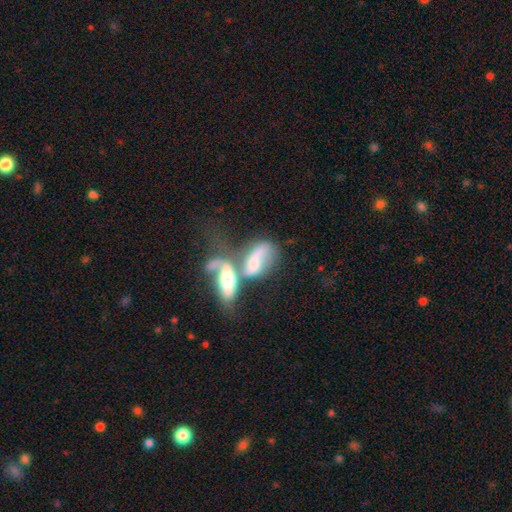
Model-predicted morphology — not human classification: Q: Smooth or featured?
A: featured or disk (51%); runner-up: smooth (40%)
Q: Edge-on disk?
A: no (85%); runner-up: yes (15%)
Q: Merging?
A: merger (74%); runner-up: major disturbance (13%)